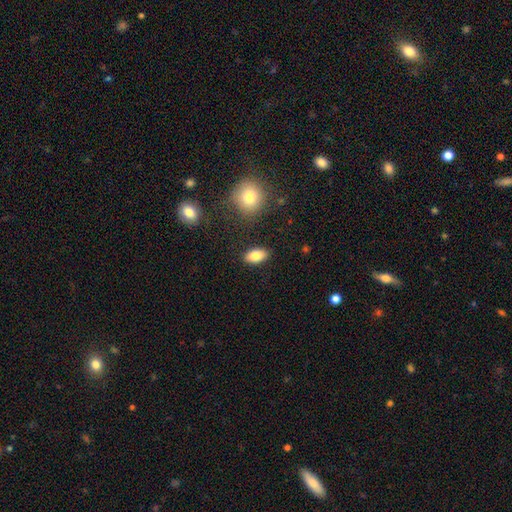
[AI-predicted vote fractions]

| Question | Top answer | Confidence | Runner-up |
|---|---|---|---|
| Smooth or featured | smooth | 83% | featured or disk (9%) |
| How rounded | in between | 91% | round (5%) |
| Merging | none | 88% | minor disturbance (8%) |